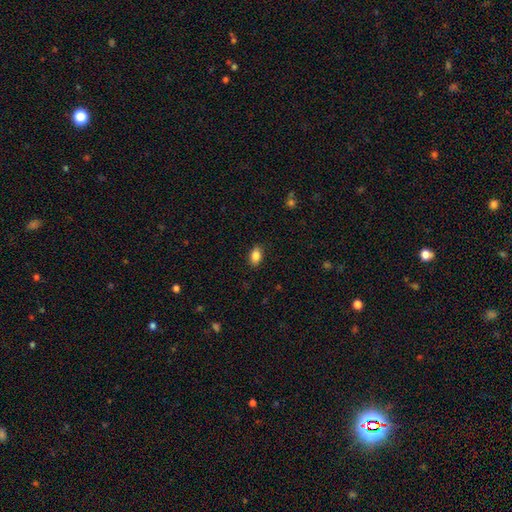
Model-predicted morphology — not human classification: The model was most divided on "smooth or featured": smooth: 86%, star or artifact: 8%, featured or disk: 6%. More confident: how rounded — in between (89%); merging — none (88%).